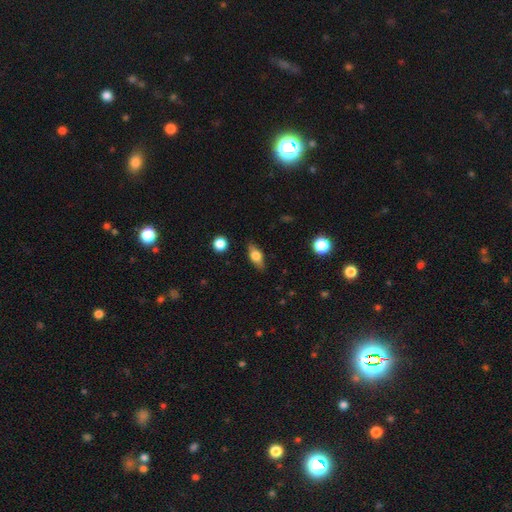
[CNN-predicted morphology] Smooth or featured? Predicted: smooth (p=0.61). How rounded? Predicted: in between (p=0.71). Merging? Predicted: none (p=0.84).